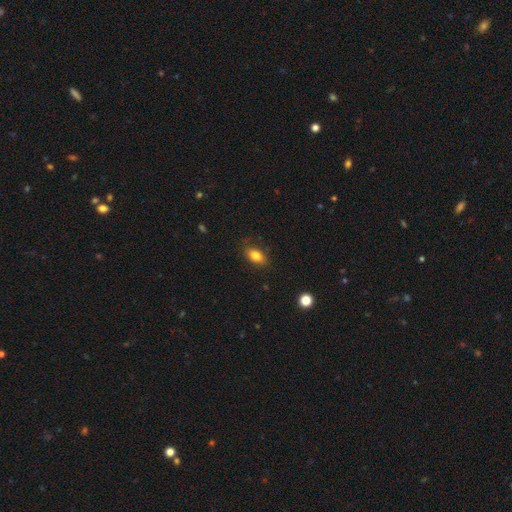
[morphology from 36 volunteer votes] Volunteers were most divided on "smooth or featured": smooth: 86%, featured or disk: 8%, star or artifact: 6%. More confident: how rounded — in between (94%); merging — none (91%).